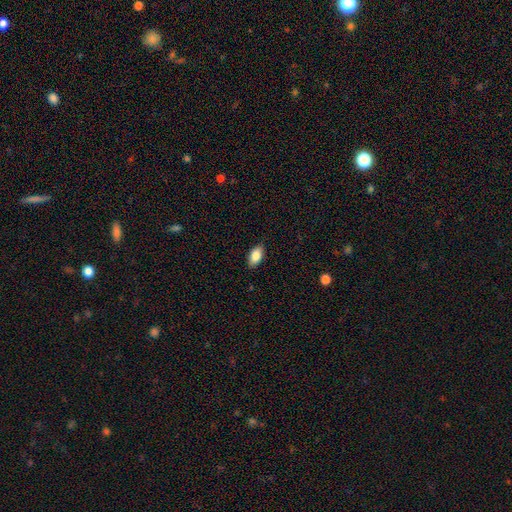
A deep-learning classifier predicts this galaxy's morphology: Q: Smooth or featured?
A: smooth (85%); runner-up: featured or disk (8%)
Q: How rounded?
A: in between (91%); runner-up: cigar-shaped (5%)
Q: Merging?
A: none (85%); runner-up: minor disturbance (12%)